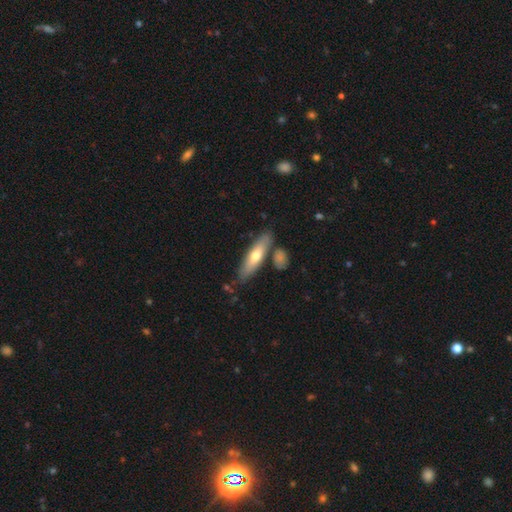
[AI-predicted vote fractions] Morphology: type=smooth (61%); roundness=cigar-shaped (65%); merging=none (75%).